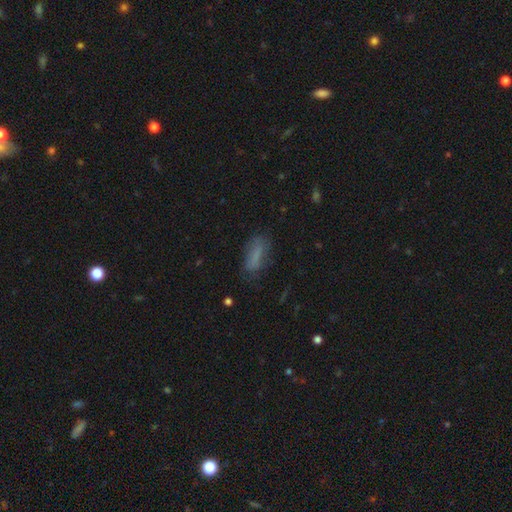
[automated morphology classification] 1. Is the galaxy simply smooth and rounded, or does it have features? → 75% smooth, 14% featured or disk, 11% star or artifact.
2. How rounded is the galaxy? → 63% in between, 34% cigar-shaped, 3% round.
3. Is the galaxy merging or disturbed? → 66% none, 22% minor disturbance, 10% major disturbance, 2% merger.